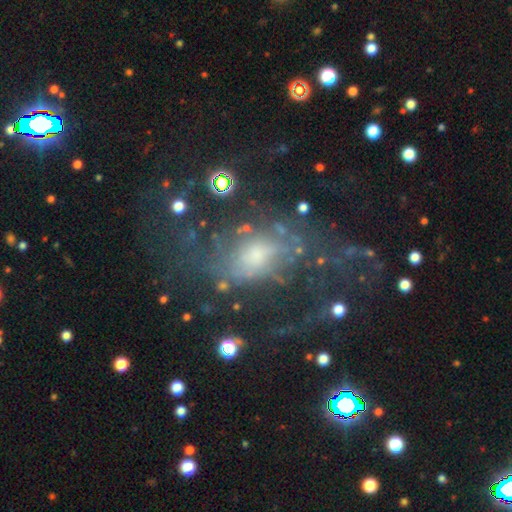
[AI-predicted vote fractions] smooth_or_featured: featured or disk (p=0.57) [alt: smooth p=0.26]
disk_edge_on: no (p=0.94) [alt: yes p=0.06]
bar: no (p=0.70) [alt: weak p=0.23]
has_spiral_arms: yes (p=0.58) [alt: no p=0.42]
bulge_size: moderate (p=0.41) [alt: small p=0.35]
merging: none (p=0.41) [alt: major disturbance p=0.34]